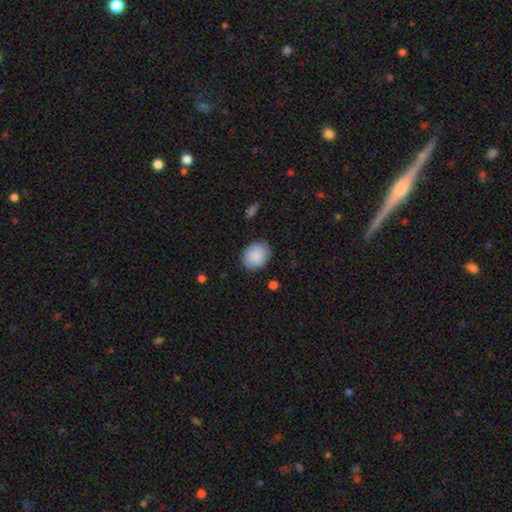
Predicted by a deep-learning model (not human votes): This appears to be a smooth galaxy with no disk features (89%) that is round (57%). Merging: none (85%).